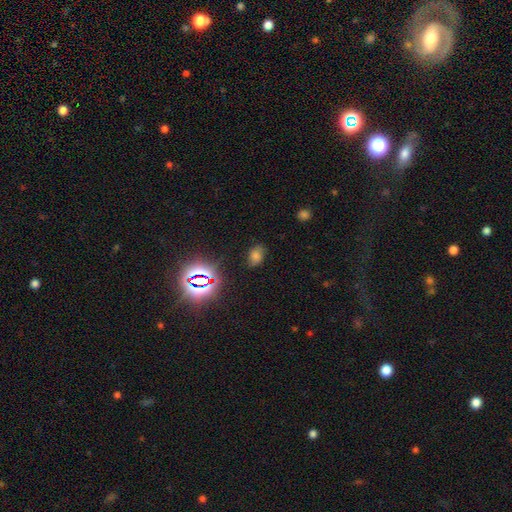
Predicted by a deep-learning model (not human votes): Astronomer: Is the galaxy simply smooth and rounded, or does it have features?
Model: smooth — 53% (runner-up: star or artifact, 37%).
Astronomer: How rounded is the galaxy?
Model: in between — 75%.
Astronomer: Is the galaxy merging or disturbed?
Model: none — 79%.